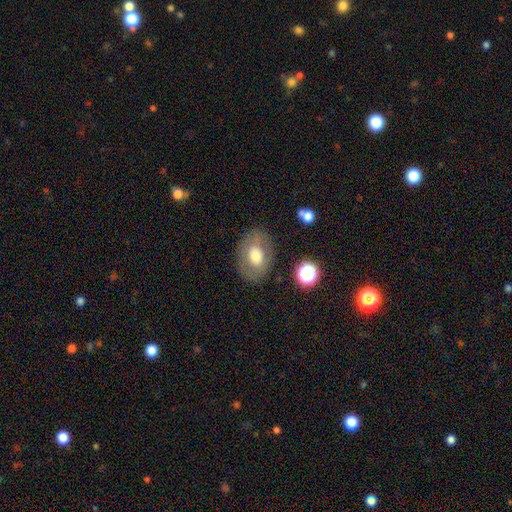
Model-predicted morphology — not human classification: smooth 66%, featured or disk 26%, star or artifact 8%. Down the decision tree: how rounded — in between (74%); merging — none (80%).